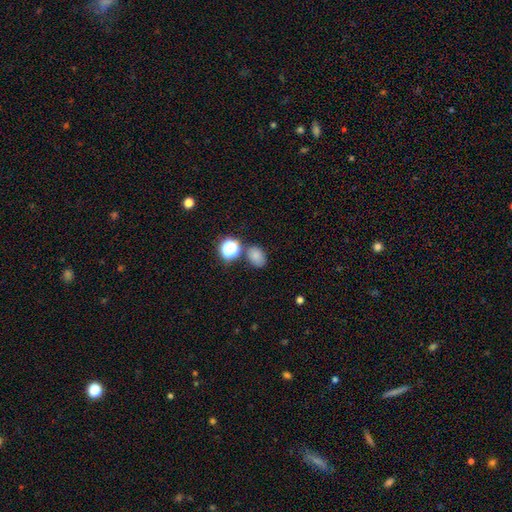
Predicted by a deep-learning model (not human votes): Smooth or featured: smooth — 76% (star or artifact — 17%)
How rounded: in between — 67% (round — 32%)
Merging: none — 71% (minor disturbance — 14%)